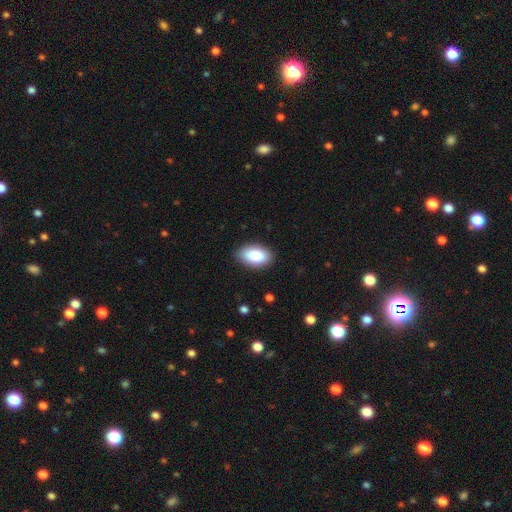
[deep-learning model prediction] Smooth or featured? smooth (87%)
How rounded? in between (94%)
Merging? none (86%)